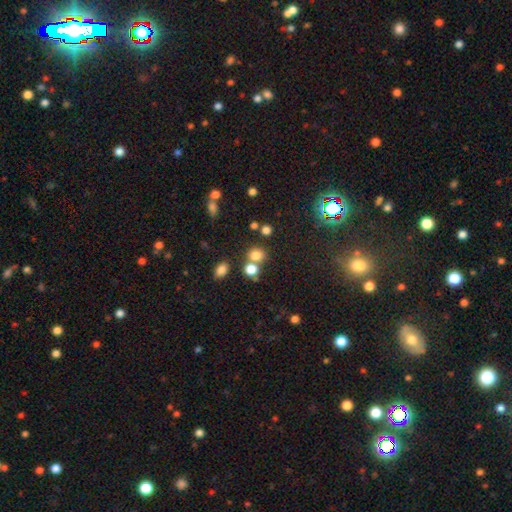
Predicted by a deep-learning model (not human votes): A smooth galaxy with no disk features (76%) that is round (73%).

Vote fractions:
- Smooth or featured? smooth: 76% / star or artifact: 16% / featured or disk: 7%
- How rounded? round: 73% / in between: 26% / cigar-shaped: 1%
- Merging? none: 60% / merger: 27% / minor disturbance: 9% / major disturbance: 4%